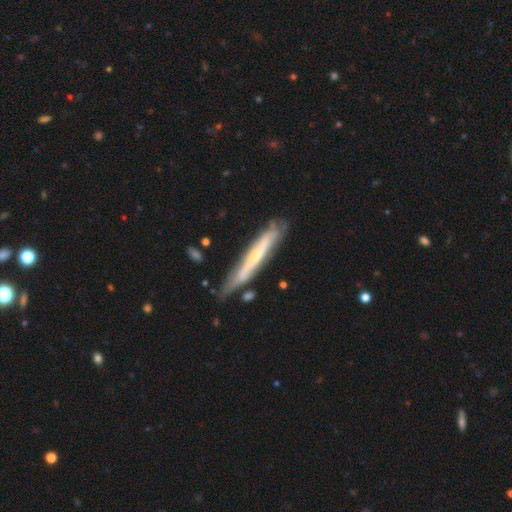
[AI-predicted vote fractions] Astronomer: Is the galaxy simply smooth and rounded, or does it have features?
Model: featured or disk — 60%.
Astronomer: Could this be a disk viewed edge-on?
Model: yes — 79%.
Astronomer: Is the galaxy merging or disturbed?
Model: none — 71%.